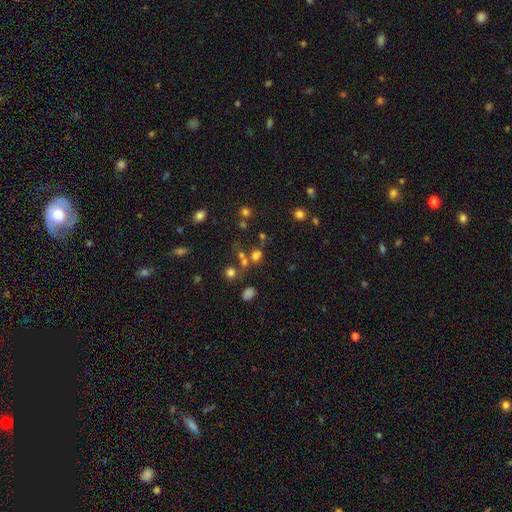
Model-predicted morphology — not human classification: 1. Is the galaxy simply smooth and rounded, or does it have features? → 62% smooth, 27% star or artifact, 12% featured or disk.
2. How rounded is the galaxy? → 66% round, 32% in between, 2% cigar-shaped.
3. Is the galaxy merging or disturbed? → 52% none, 29% merger, 12% minor disturbance, 8% major disturbance.